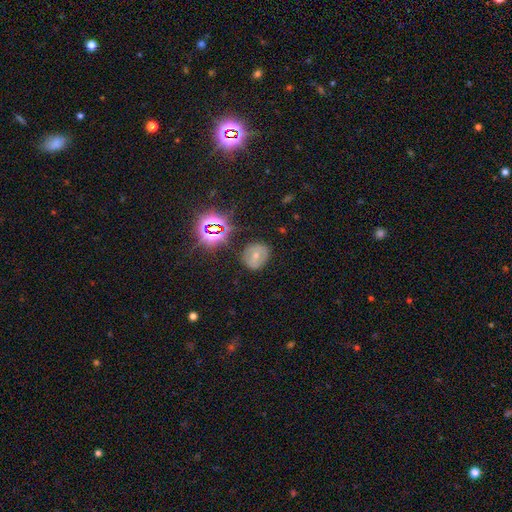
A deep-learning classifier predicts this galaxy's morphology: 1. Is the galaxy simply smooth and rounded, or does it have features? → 44% smooth, 36% featured or disk, 20% star or artifact.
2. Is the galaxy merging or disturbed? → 80% none, 13% minor disturbance, 4% major disturbance, 2% merger.